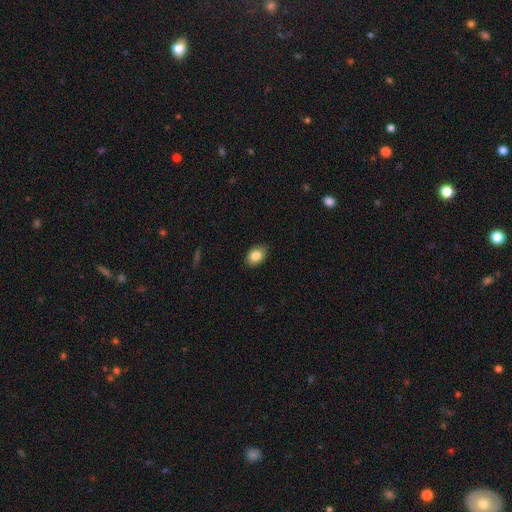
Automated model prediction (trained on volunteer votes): smooth_or_featured: smooth (p=0.84) [alt: featured or disk p=0.08]
how_rounded: in between (p=0.81) [alt: round p=0.17]
merging: none (p=0.86) [alt: minor disturbance p=0.11]